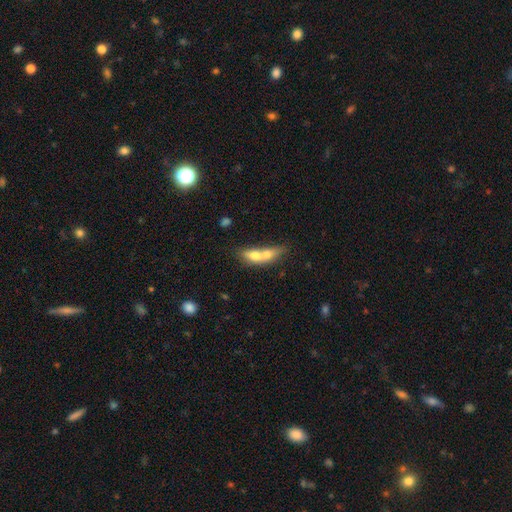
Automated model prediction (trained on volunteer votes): smooth 63%, featured or disk 30%, star or artifact 8%. Down the decision tree: how rounded — in between (60%); merging — merger (73%).